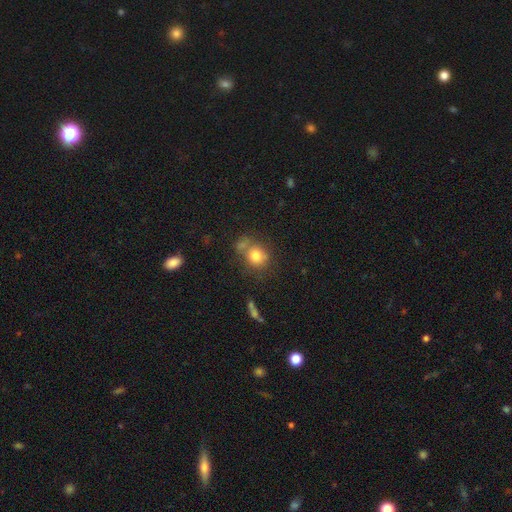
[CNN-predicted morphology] Smooth or featured? smooth (78%)
How rounded? round (74%)
Merging? none (54%)